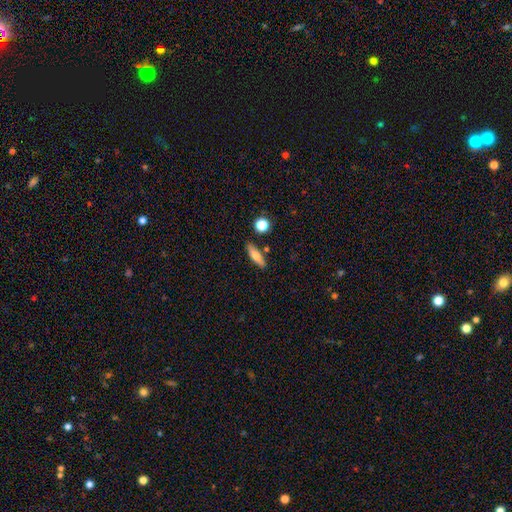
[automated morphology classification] type=smooth (72%); roundness=cigar-shaped (49%); merging=none (81%).